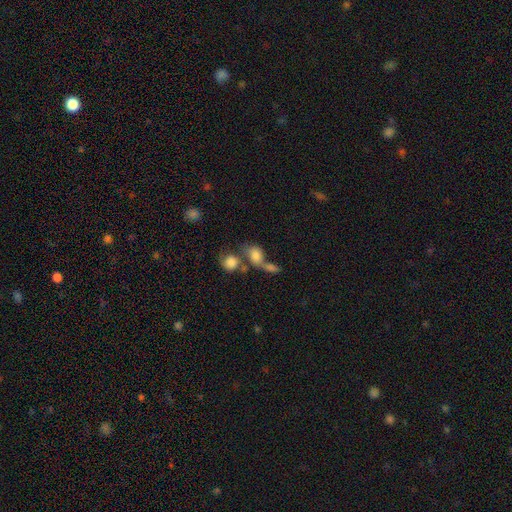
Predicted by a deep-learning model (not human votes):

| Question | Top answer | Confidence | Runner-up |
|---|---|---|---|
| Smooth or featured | smooth | 74% | featured or disk (15%) |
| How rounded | in between | 64% | round (33%) |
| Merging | merger | 56% | none (24%) |